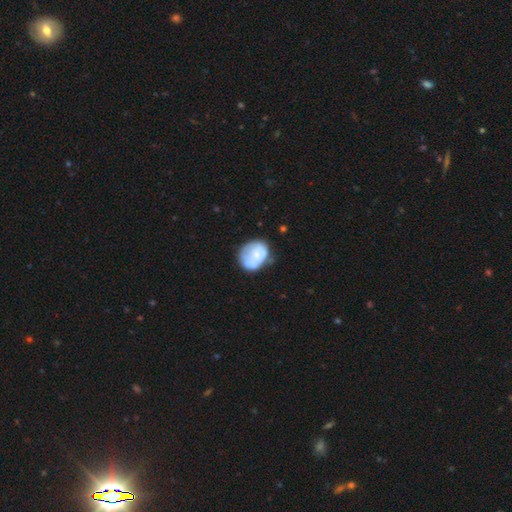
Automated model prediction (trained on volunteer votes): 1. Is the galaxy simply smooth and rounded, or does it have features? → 57% smooth, 35% featured or disk, 7% star or artifact.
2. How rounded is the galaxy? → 54% round, 45% in between, 1% cigar-shaped.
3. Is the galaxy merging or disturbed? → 49% none, 31% minor disturbance, 13% major disturbance, 7% merger.